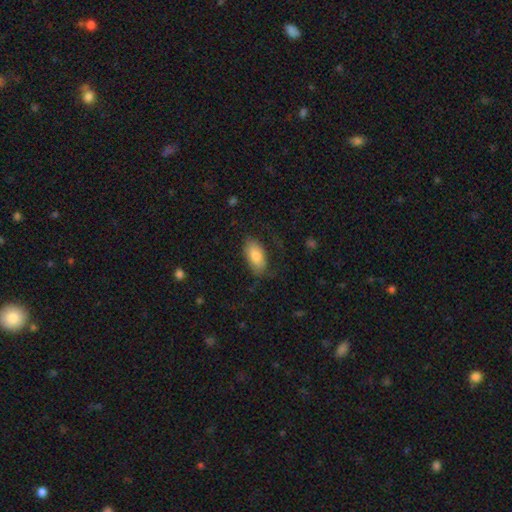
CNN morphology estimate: Smooth or featured: smooth — 78% (featured or disk — 15%)
How rounded: in between — 93% (cigar-shaped — 4%)
Merging: none — 66% (minor disturbance — 21%)